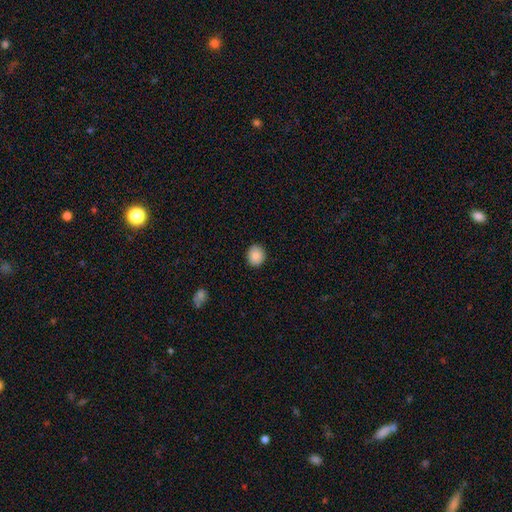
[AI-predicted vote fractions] Smooth or featured: smooth — 88% (star or artifact — 8%)
How rounded: round — 74% (in between — 25%)
Merging: none — 90% (minor disturbance — 7%)